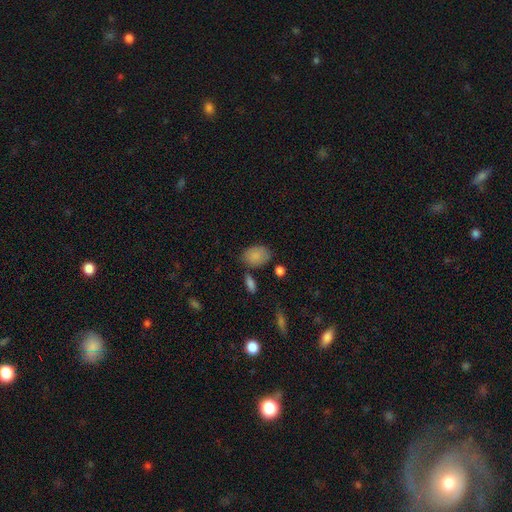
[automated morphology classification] The model was most divided on "merging": none: 68%, minor disturbance: 20%, merger: 7%, major disturbance: 5%. More confident: smooth or featured — smooth (86%); how rounded — in between (81%).